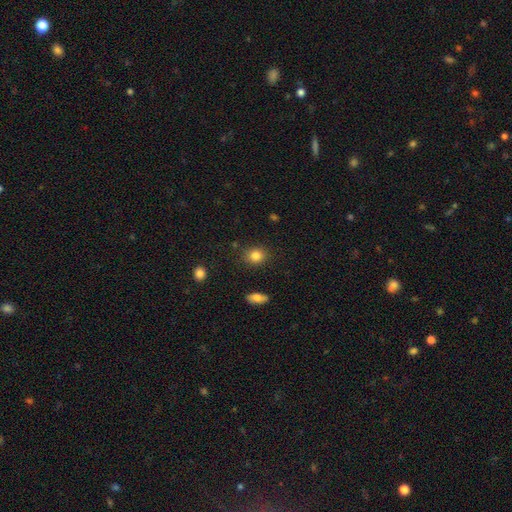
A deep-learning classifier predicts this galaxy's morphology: Overall: smooth (83%). How rounded: round (66%; in between 32%). Merging: none (84%).